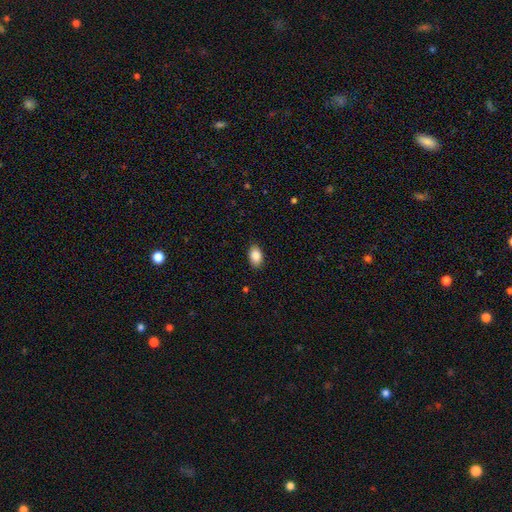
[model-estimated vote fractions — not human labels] Morphology: type=smooth (89%); roundness=in between (89%); merging=none (86%).